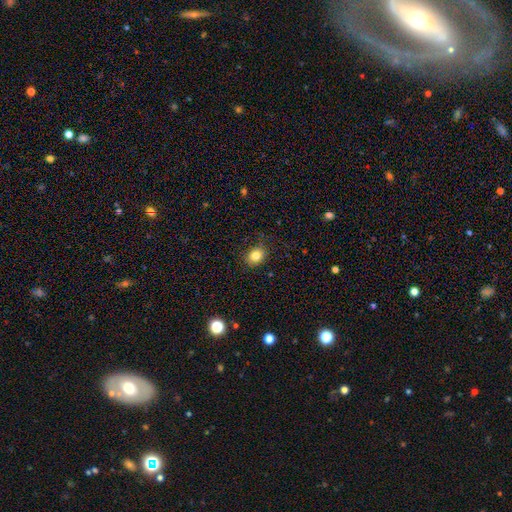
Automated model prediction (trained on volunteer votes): Smooth or featured?
  - smooth: 82% *
  - star or artifact: 11%
  - featured or disk: 7%
How rounded?
  - round: 52% *
  - in between: 48%
  - cigar-shaped: 1%
Merging?
  - none: 84% *
  - minor disturbance: 12%
  - major disturbance: 3%
  - merger: 1%